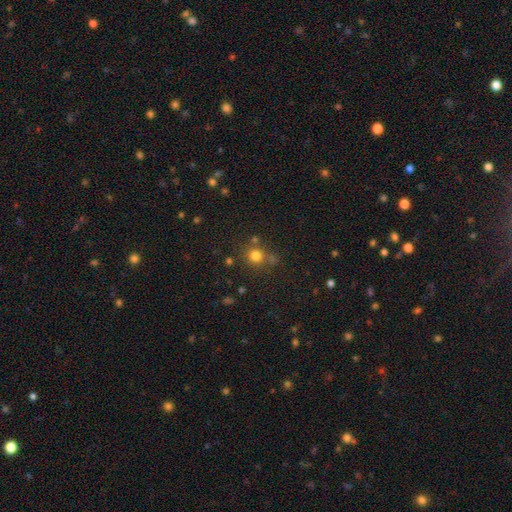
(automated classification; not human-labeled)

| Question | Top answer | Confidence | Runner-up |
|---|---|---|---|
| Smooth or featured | smooth | 77% | star or artifact (17%) |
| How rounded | round | 91% | in between (9%) |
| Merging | none | 73% | merger (13%) |